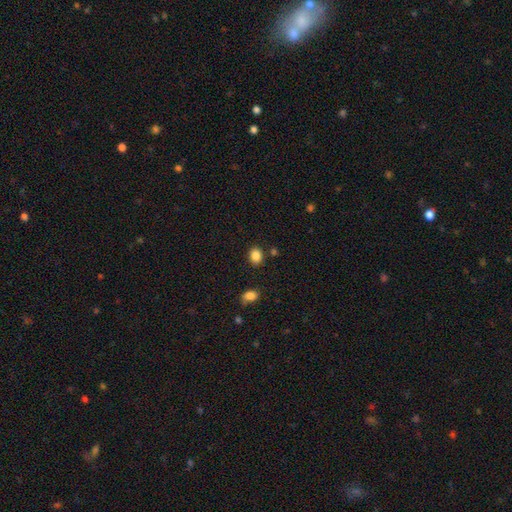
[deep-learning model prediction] smooth-or-featured: smooth: 86% | star or artifact: 10% | featured or disk: 4%
  how-rounded: in between: 52% | round: 47% | cigar-shaped: 1%
  merging: none: 82% | minor disturbance: 10% | merger: 4% | major disturbance: 3%